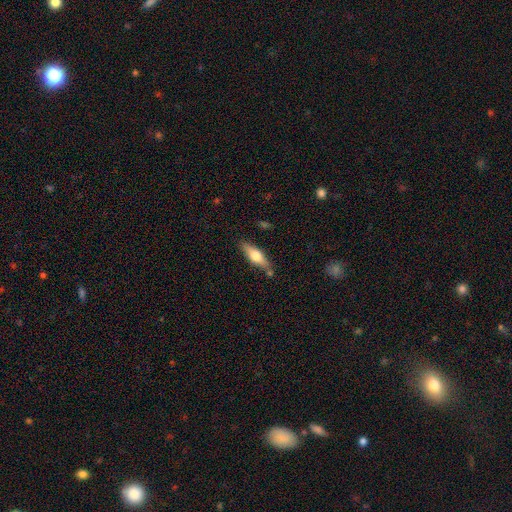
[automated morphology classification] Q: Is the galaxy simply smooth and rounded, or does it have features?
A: smooth — 49%.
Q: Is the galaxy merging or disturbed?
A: none — 79%.